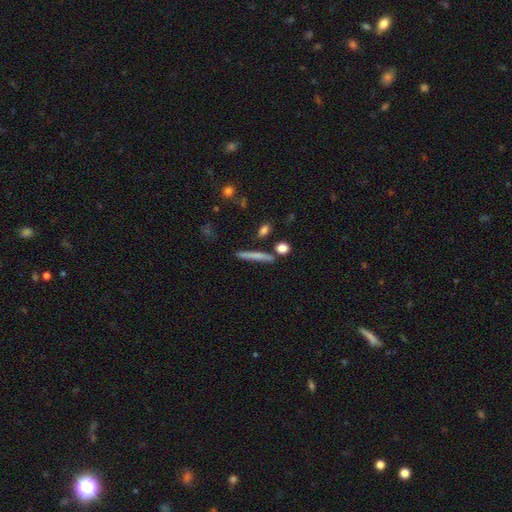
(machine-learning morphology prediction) A smooth galaxy with no disk features (63%) that is cigar-shaped (89%).

Vote fractions:
- Smooth or featured? smooth: 63% / featured or disk: 28% / star or artifact: 9%
- How rounded? cigar-shaped: 89% / in between: 6% / round: 5%
- Merging? none: 79% / minor disturbance: 11% / merger: 7% / major disturbance: 3%